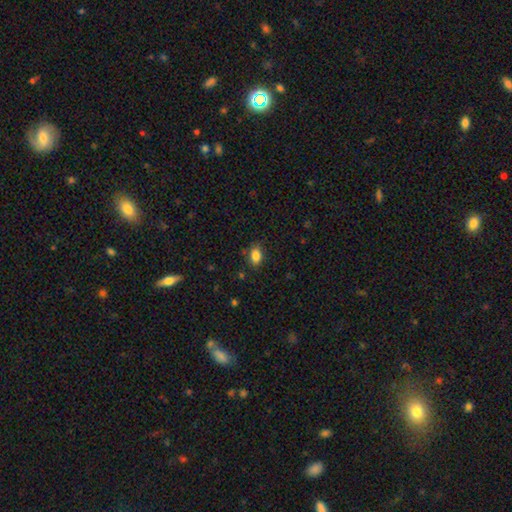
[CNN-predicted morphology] Smooth or featured: smooth — 85% (star or artifact — 10%)
How rounded: in between — 78% (round — 20%)
Merging: none — 80% (minor disturbance — 15%)